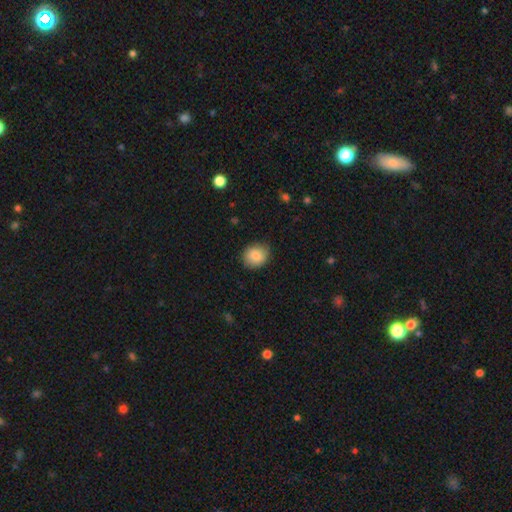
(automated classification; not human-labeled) This is clearly a smooth galaxy (84%). How rounded: likely round (65%). Merging: clearly none (83%).